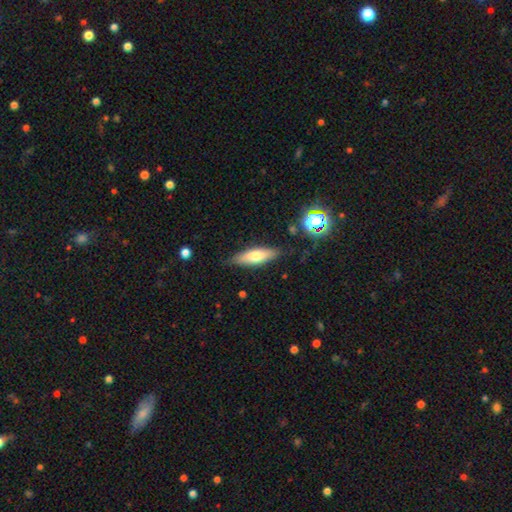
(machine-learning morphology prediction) A smooth galaxy with no disk features (65%) that is in between round and cigar-shaped (49%, tied with cigar-shaped).

Vote fractions:
- Smooth or featured? smooth: 65% / featured or disk: 28% / star or artifact: 7%
- How rounded? in between: 49% (tied) / cigar-shaped: 49% (tied) / round: 2%
- Merging? none: 81% / minor disturbance: 14% / major disturbance: 3% / merger: 2%